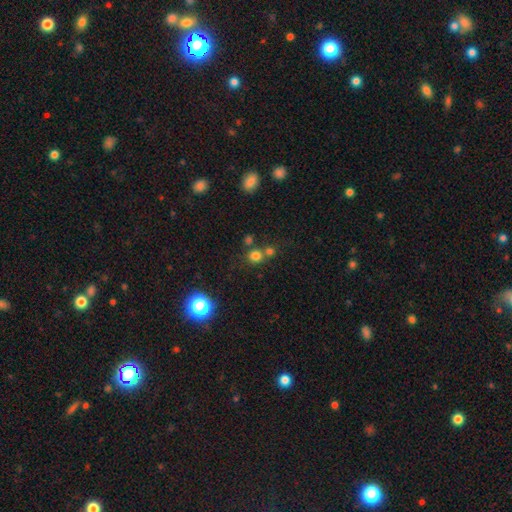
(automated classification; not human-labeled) A smooth galaxy with no disk features (72%) that is round (88%).

Vote fractions:
- Smooth or featured? smooth: 72% / star or artifact: 21% / featured or disk: 7%
- How rounded? round: 88% / in between: 11% / cigar-shaped: 1%
- Merging? none: 61% / merger: 28% / minor disturbance: 7% / major disturbance: 3%